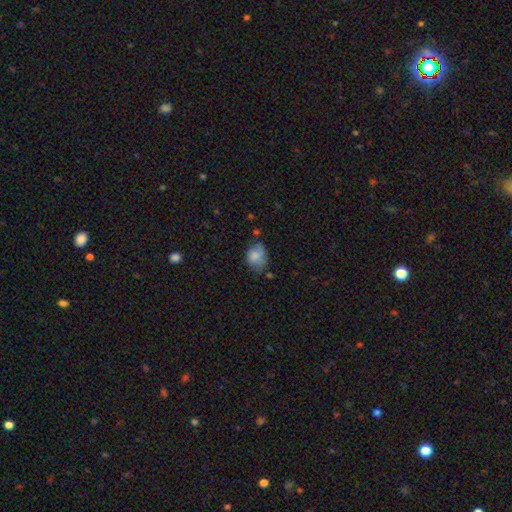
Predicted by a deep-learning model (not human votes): This appears to be a smooth galaxy with no disk features (75%) that is in between round and cigar-shaped (54%). Merging: none (46%).